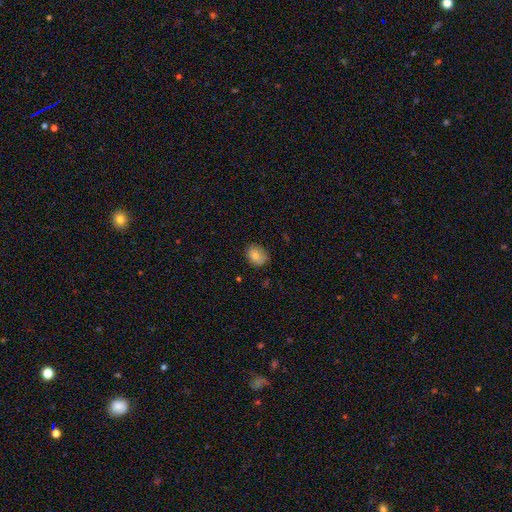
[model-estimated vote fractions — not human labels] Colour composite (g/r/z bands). It shows a smooth galaxy with no disk features (82%) that is in between round and cigar-shaped (54%). Merging: none (73%).